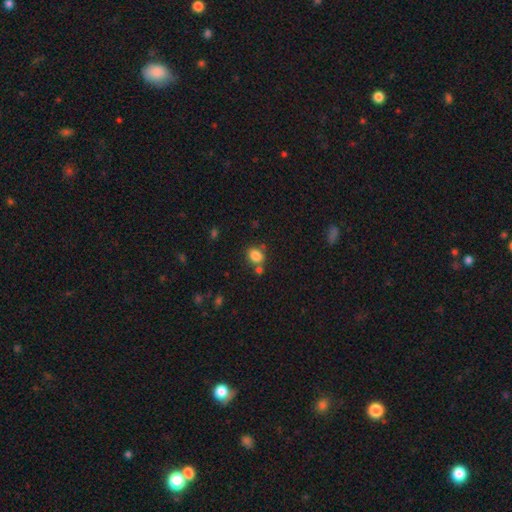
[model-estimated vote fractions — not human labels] This is clearly a smooth galaxy (84%). How rounded: possibly in between (50%). Merging: likely none (66%).